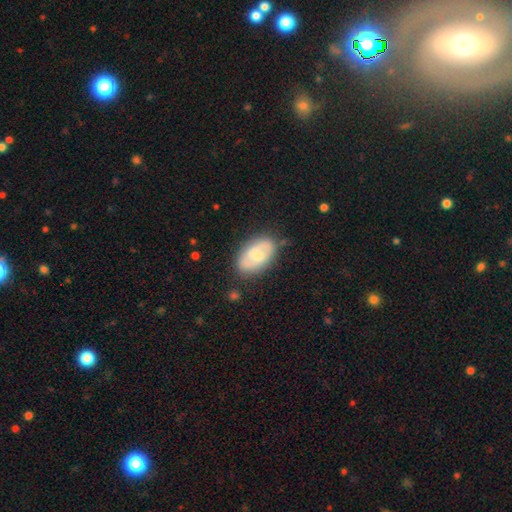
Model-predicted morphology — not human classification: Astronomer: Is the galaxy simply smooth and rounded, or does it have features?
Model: featured or disk — 48% (runner-up: smooth, 45%).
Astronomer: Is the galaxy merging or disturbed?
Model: none — 76%.